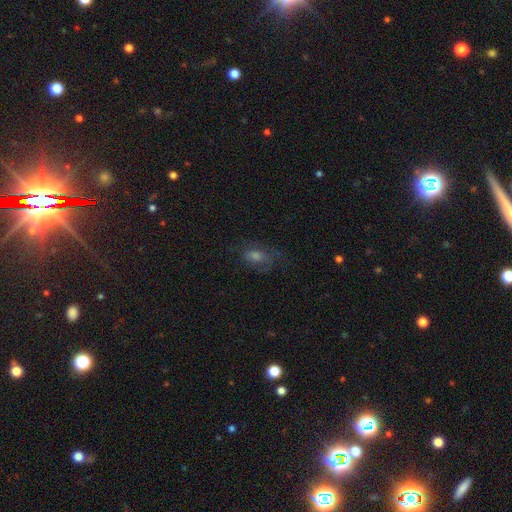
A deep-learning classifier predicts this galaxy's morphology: A smooth galaxy with no disk features (43%).

Vote fractions:
- Smooth or featured? smooth: 43% / featured or disk: 33% / star or artifact: 24%
- Merging? none: 55% / minor disturbance: 22% / major disturbance: 21% / merger: 2%